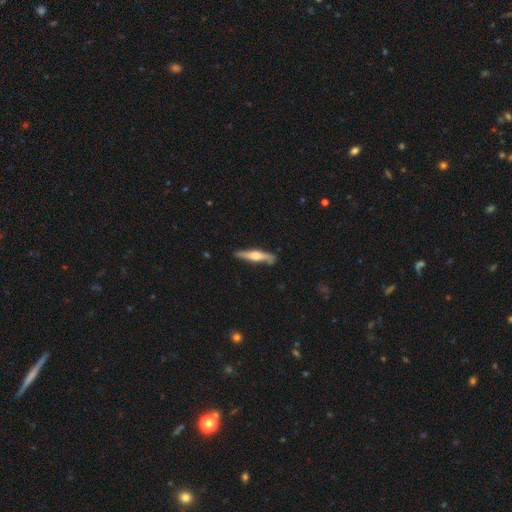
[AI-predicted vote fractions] Smooth or featured? featured or disk (65%)
Edge-on disk? yes (95%)
Edge-on bulge? rounded (88%)
Merging? none (84%)